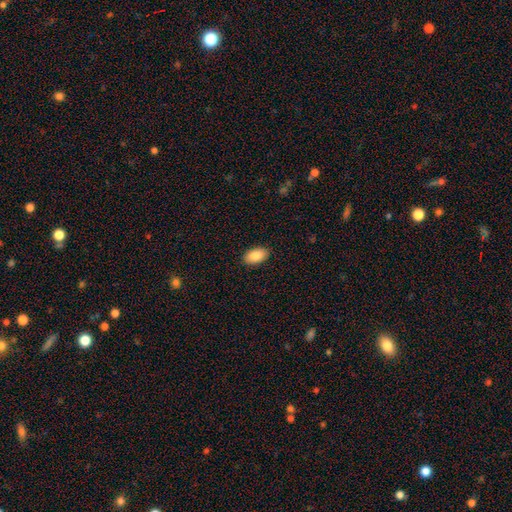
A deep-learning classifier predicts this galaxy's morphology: smooth_or_featured: smooth (p=0.87) [alt: star or artifact p=0.07]
how_rounded: in between (p=0.94) [alt: round p=0.05]
merging: none (p=0.90) [alt: minor disturbance p=0.07]